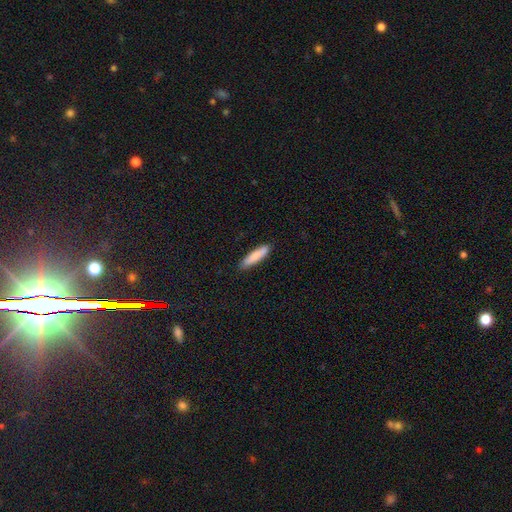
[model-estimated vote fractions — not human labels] This is clearly a smooth galaxy (84%). How rounded: likely cigar-shaped (80%). Merging: clearly none (88%).